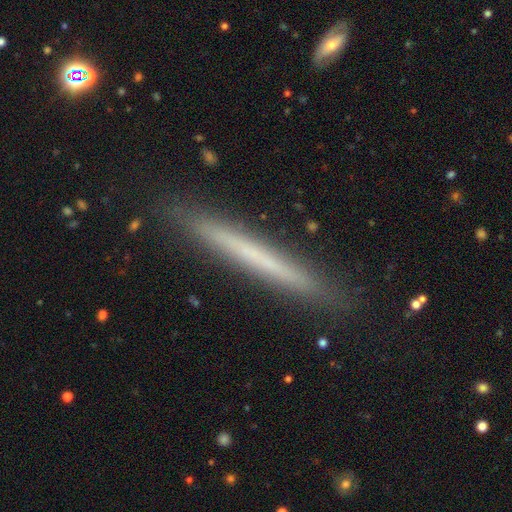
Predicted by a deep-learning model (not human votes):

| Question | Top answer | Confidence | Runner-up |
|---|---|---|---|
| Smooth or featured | smooth | 48% | featured or disk (45%) |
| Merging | none | 90% | minor disturbance (8%) |